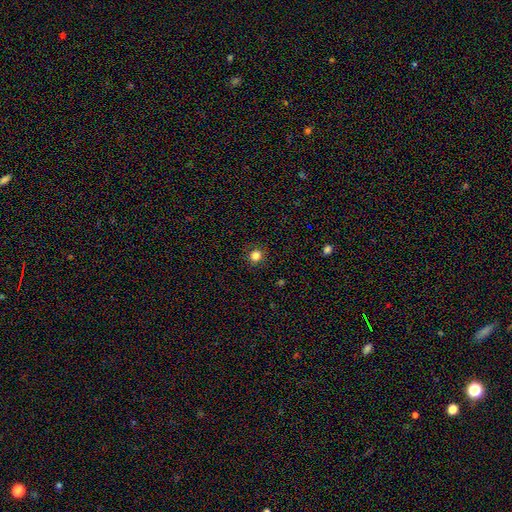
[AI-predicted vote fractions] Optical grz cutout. It shows a smooth galaxy with no disk features (83%) that is round (89%). Merging: none (91%).